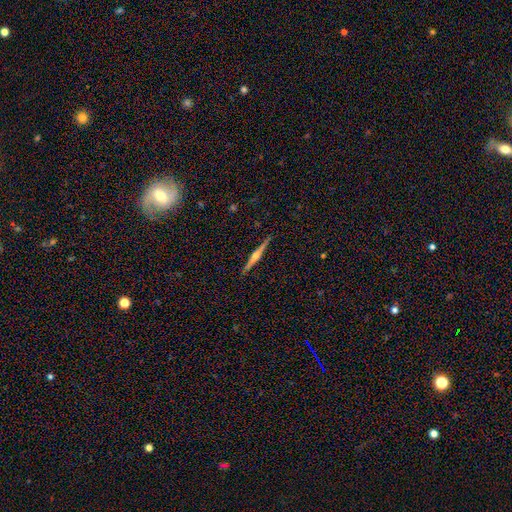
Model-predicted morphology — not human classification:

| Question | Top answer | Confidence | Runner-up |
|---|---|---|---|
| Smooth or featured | featured or disk | 78% | smooth (15%) |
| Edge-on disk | yes | 98% | no (2%) |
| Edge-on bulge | rounded | 92% | boxy (4%) |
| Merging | none | 91% | minor disturbance (6%) |